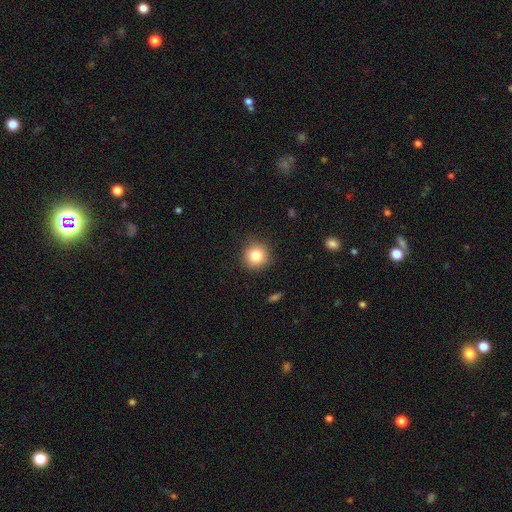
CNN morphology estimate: The model was most divided on "smooth or featured": smooth: 82%, star or artifact: 11%, featured or disk: 8%. More confident: how rounded — round (92%); merging — none (88%).